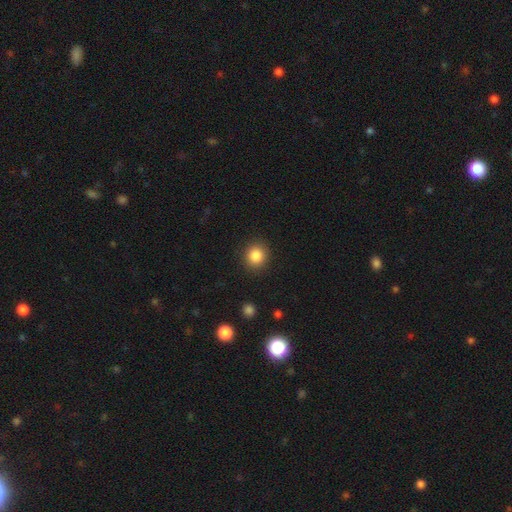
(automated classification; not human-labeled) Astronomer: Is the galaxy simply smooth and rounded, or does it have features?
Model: smooth — 85%.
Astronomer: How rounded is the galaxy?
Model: round — 86%.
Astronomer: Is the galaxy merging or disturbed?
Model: none — 89%.